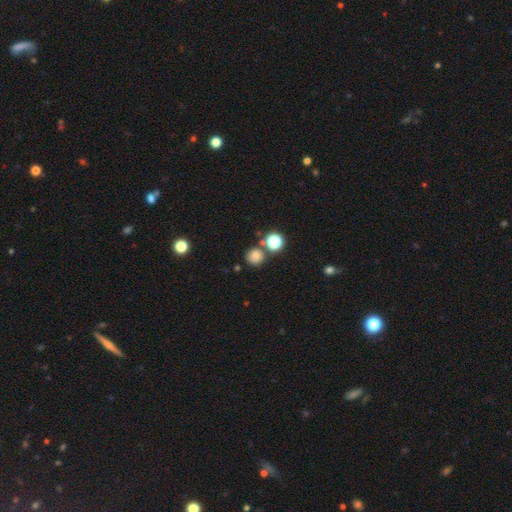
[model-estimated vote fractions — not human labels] A smooth galaxy with no disk features (75%) that is round (87%). Merging: none (70%).